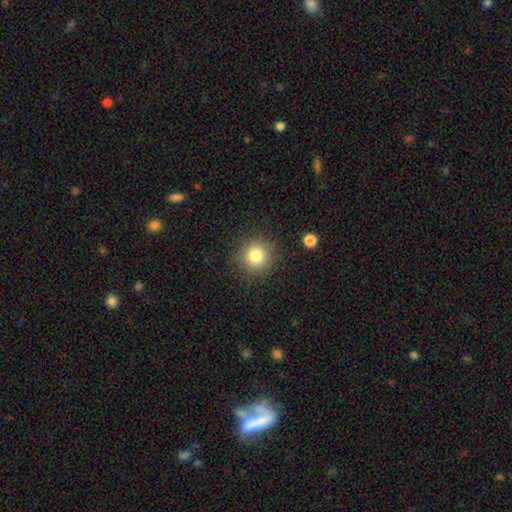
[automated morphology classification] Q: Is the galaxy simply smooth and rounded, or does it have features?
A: smooth — 82%.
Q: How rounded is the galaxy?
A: round — 93%.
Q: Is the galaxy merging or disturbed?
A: none — 88%.